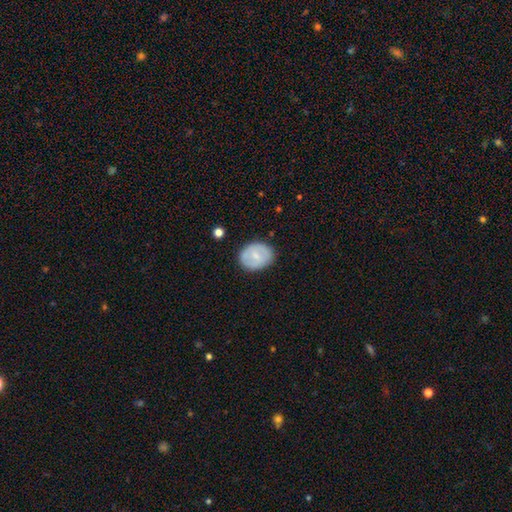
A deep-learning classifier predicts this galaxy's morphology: This appears to be a smooth galaxy with no disk features (59%) that is round (54%). Merging: none (84%).